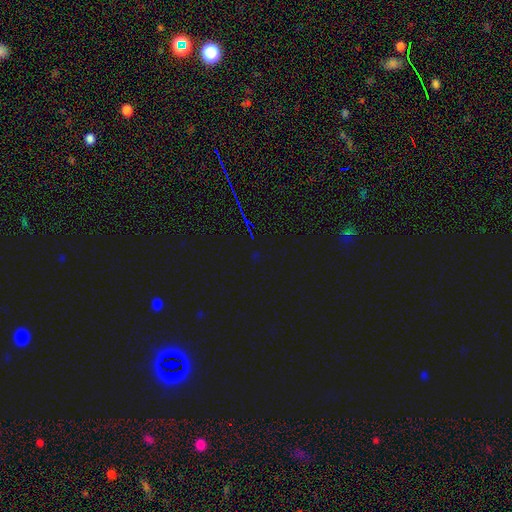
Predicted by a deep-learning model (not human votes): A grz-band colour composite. It shows a star or artifact, not a galaxy (83%).